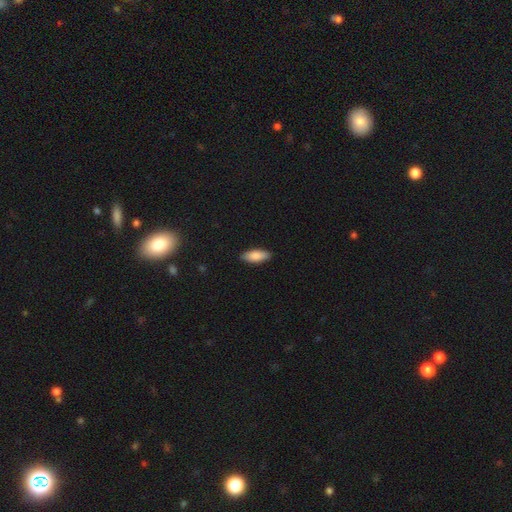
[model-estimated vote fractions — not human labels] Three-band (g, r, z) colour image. It shows a smooth galaxy with no disk features (85%) that is in between round and cigar-shaped (77%). Merging: none (88%).